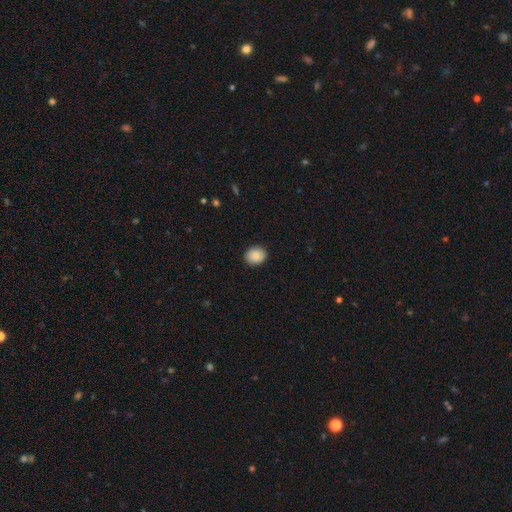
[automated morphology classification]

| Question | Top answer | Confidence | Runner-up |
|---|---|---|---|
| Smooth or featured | smooth | 88% | star or artifact (7%) |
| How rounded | round | 63% | in between (36%) |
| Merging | none | 90% | minor disturbance (8%) |